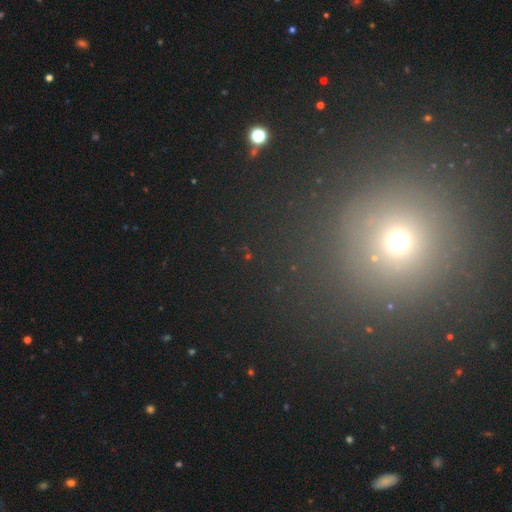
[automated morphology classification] A star or artifact, not a galaxy (49%).